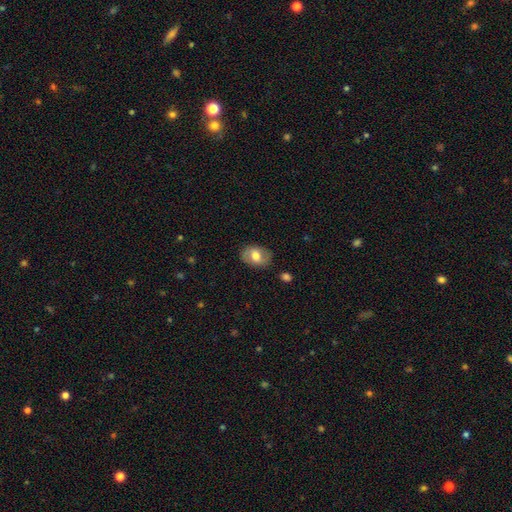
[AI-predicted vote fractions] This is likely a smooth galaxy (61%). How rounded: likely in between (74%). Merging: clearly none (80%).